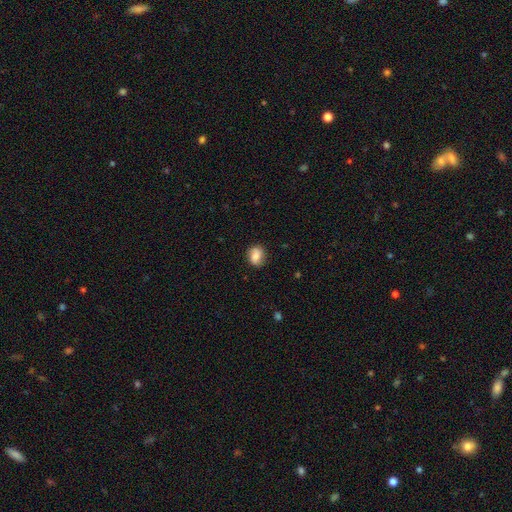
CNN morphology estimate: This is likely a smooth galaxy (68%). How rounded: possibly round (51%). Merging: likely none (79%).